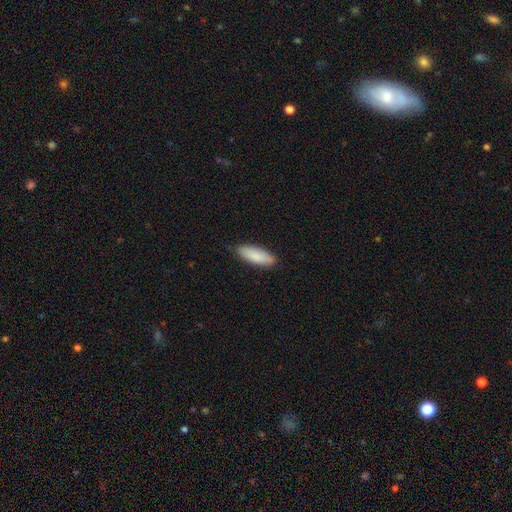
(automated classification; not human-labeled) Smooth or featured: smooth — 88% (featured or disk — 7%)
How rounded: in between — 65% (cigar-shaped — 34%)
Merging: none — 87% (minor disturbance — 11%)